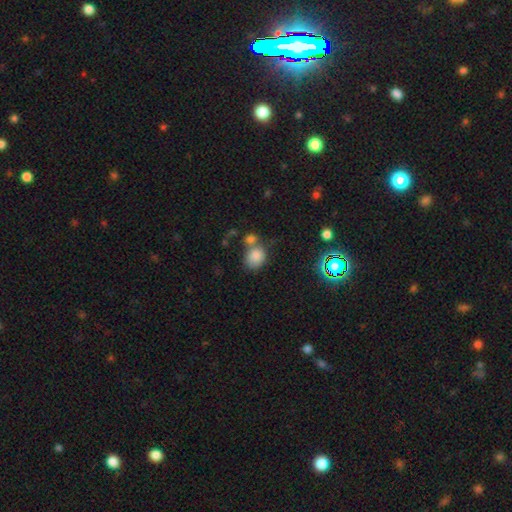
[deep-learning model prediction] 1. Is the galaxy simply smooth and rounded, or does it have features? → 81% smooth, 12% star or artifact, 7% featured or disk.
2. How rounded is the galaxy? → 62% round, 37% in between, 1% cigar-shaped.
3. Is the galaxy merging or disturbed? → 45% none, 35% merger, 14% minor disturbance, 6% major disturbance.